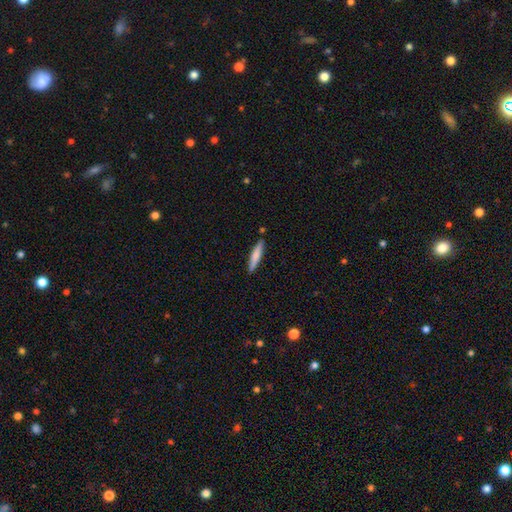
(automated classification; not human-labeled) A smooth galaxy with no disk features (75%) that is cigar-shaped (87%).

Vote fractions:
- Smooth or featured? smooth: 75% / featured or disk: 19% / star or artifact: 5%
- How rounded? cigar-shaped: 87% / in between: 11% / round: 1%
- Merging? none: 86% / minor disturbance: 9% / merger: 3% / major disturbance: 2%